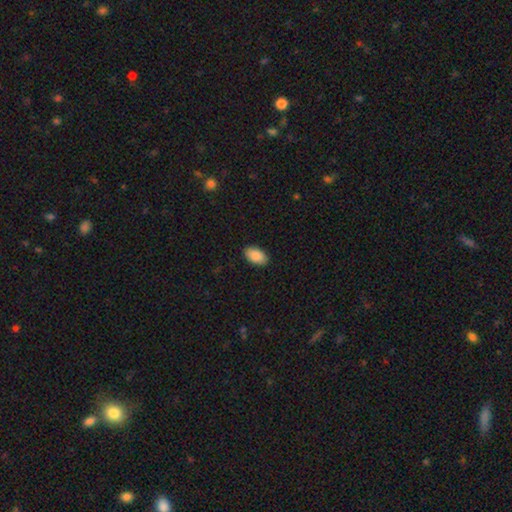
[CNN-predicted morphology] This is clearly a smooth galaxy (90%). How rounded: clearly in between (94%). Merging: clearly none (89%).